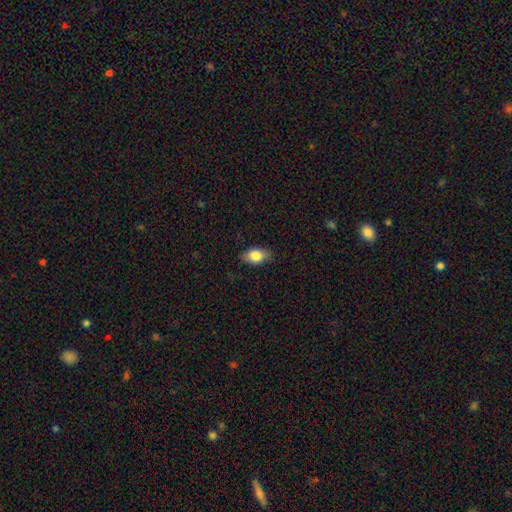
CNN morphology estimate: Overall: smooth (80%). How rounded: in between (88%). Merging: none (84%).